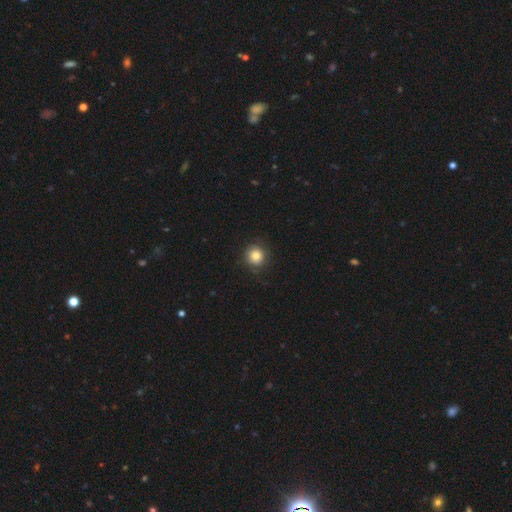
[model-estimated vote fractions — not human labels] smooth 80%, star or artifact 11%, featured or disk 10%. Down the decision tree: how rounded — round (92%); merging — none (83%).